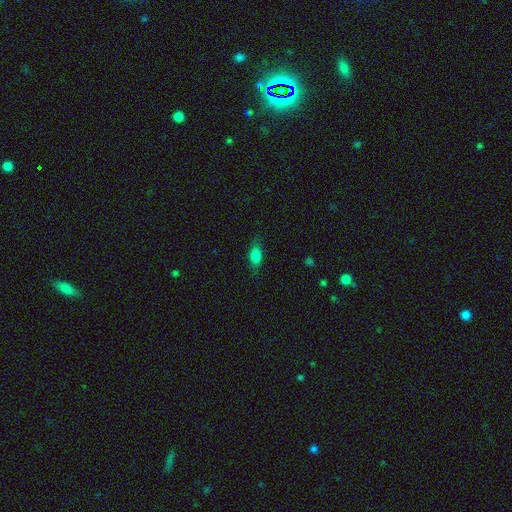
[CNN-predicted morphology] The model was most divided on "merging": none: 78%, minor disturbance: 17%, major disturbance: 4%, merger: 1%. More confident: how rounded — in between (80%); smooth or featured — smooth (78%).